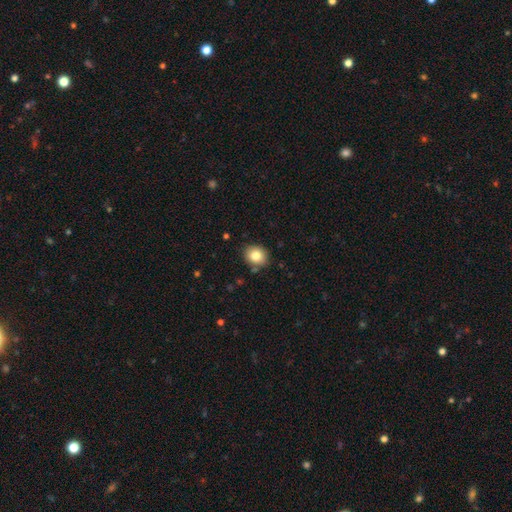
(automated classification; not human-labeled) The model was most divided on "how rounded": round: 65%, in between: 35%, cigar-shaped: 1%. More confident: merging — none (85%); smooth or featured — smooth (82%).